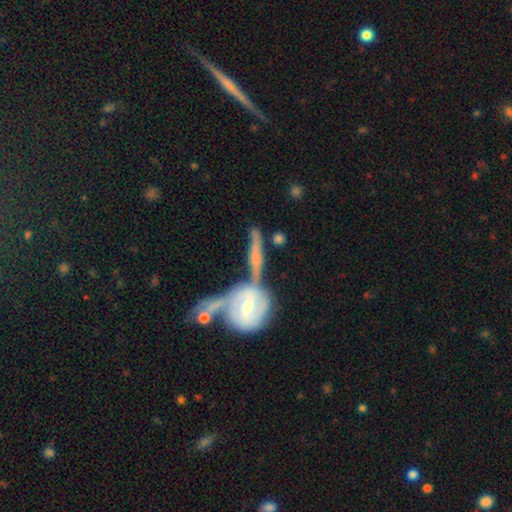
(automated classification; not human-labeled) A featured or disk galaxy (66%) viewed edge-on (60%). Merging: merger (40%).